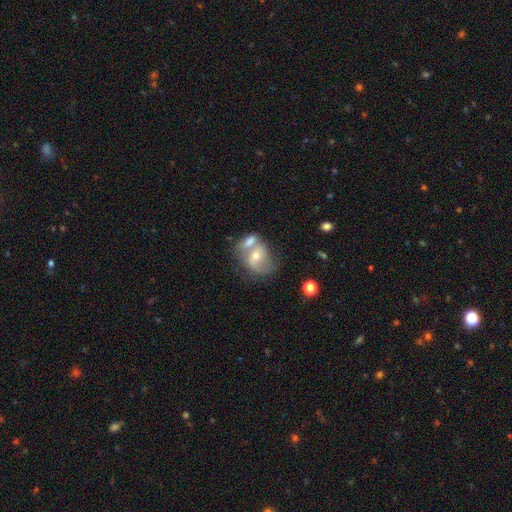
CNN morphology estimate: Smooth or featured?
  - featured or disk: 57% *
  - smooth: 35%
  - star or artifact: 8%
Edge-on disk?
  - no: 96% *
  - yes: 4%
Bar?
  - no: 55% *
  - weak: 33%
  - strong: 12%
Spiral arms?
  - yes: 67% *
  - no: 33%
Bulge size?
  - moderate: 59% *
  - small: 34%
  - large: 3%
  - none: 2%
  - dominant: 1%
Merging?
  - merger: 56% *
  - none: 24%
  - minor disturbance: 12%
  - major disturbance: 8%